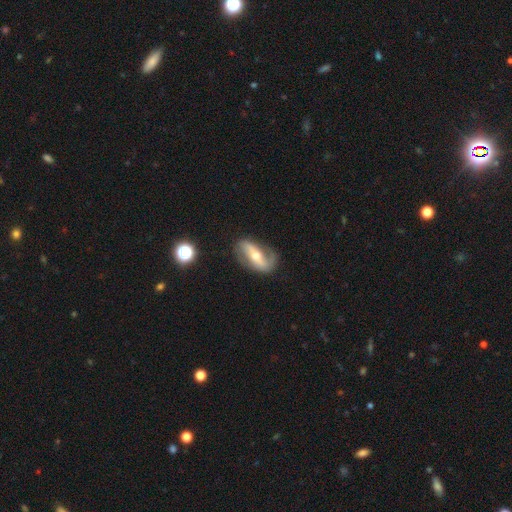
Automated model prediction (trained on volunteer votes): This is likely a featured or disk galaxy (78%). It is clearly not viewed edge-on (90%). Bar: possibly strong (52%). Spiral arm pattern: clearly yes (88%). Spiral arm count: clearly 2 (84%). Spiral winding: possibly loose (58%). Central bulge: possibly moderate (57%). Merging: likely none (72%).